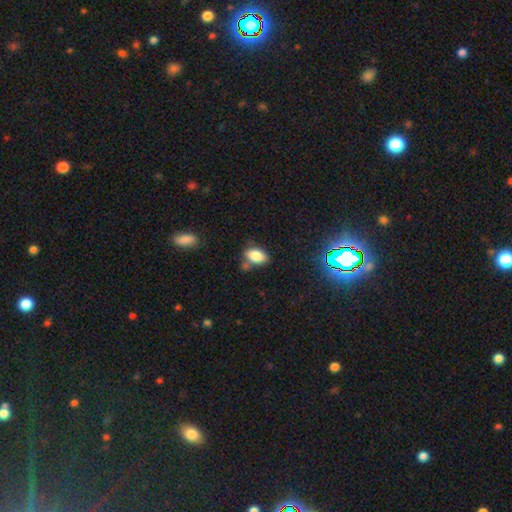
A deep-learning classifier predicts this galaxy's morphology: Smooth or featured? Predicted: smooth (p=0.82). How rounded? Predicted: in between (p=0.90). Merging? Predicted: none (p=0.60).